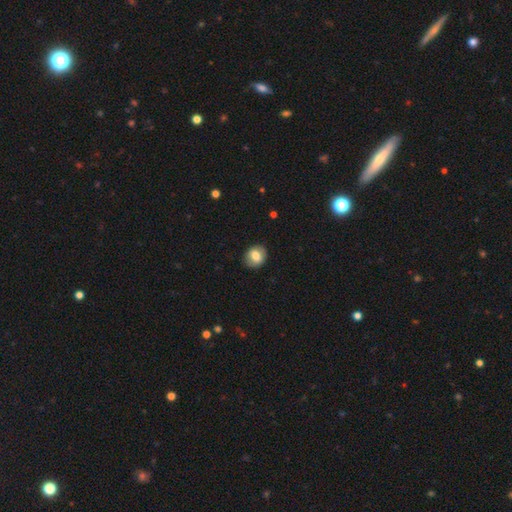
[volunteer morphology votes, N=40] A smooth galaxy with no disk features (78%) that is round (58%). Merging: none (78%).